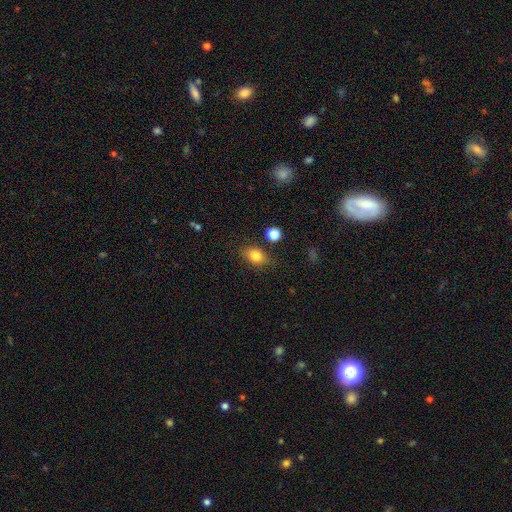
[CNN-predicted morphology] Smooth or featured? smooth (82%)
How rounded? in between (69%)
Merging? none (77%)